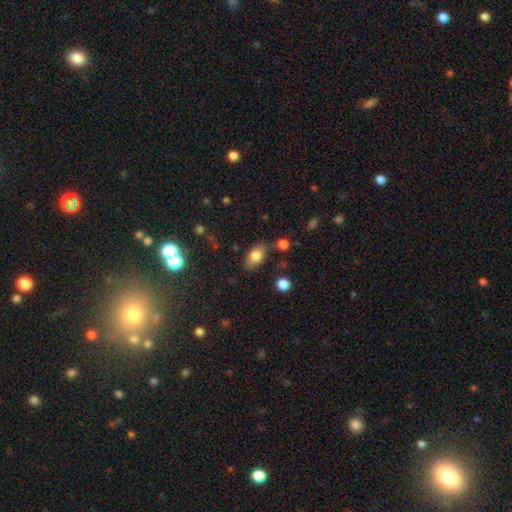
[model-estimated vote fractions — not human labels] Smooth or featured?
  - smooth: 81% *
  - featured or disk: 10%
  - star or artifact: 9%
How rounded?
  - in between: 85% *
  - round: 12%
  - cigar-shaped: 2%
Merging?
  - none: 71% *
  - minor disturbance: 18%
  - merger: 6%
  - major disturbance: 5%